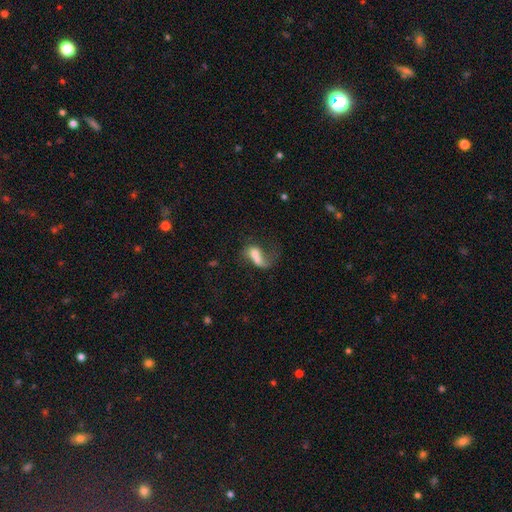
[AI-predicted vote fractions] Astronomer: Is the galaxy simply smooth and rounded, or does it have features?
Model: smooth — 47% (runner-up: featured or disk, 42%).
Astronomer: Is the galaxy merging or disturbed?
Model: major disturbance — 44% (runner-up: none, 23%).